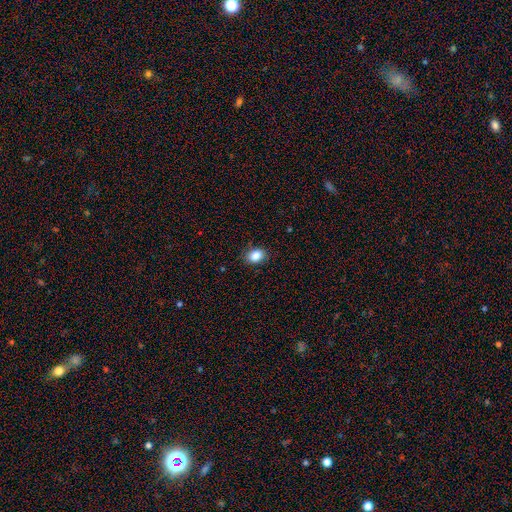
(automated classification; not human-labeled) A smooth galaxy with no disk features (86%) that is in between round and cigar-shaped (62%). Merging: none (86%).